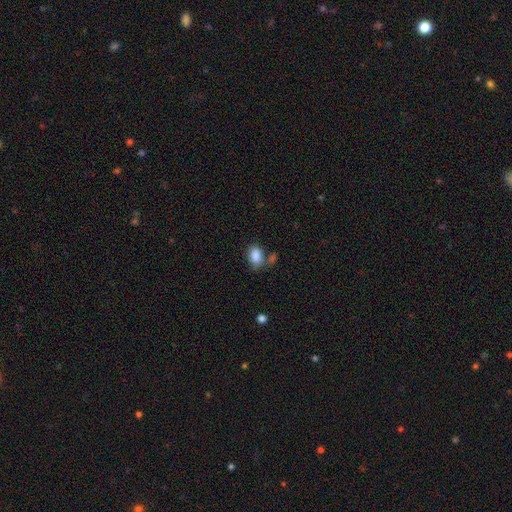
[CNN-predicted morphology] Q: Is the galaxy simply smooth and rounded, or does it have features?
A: smooth — 86%.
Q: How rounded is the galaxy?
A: in between — 81%.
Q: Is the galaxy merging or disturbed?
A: none — 61%.